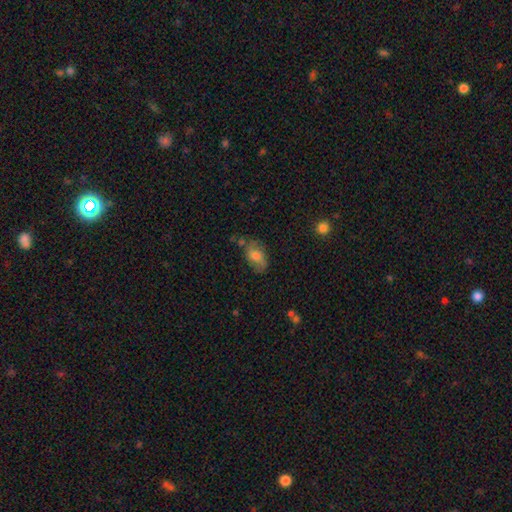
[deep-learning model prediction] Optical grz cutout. It shows a smooth galaxy with no disk features (68%) that is in between round and cigar-shaped (89%). Merging: none (61%).